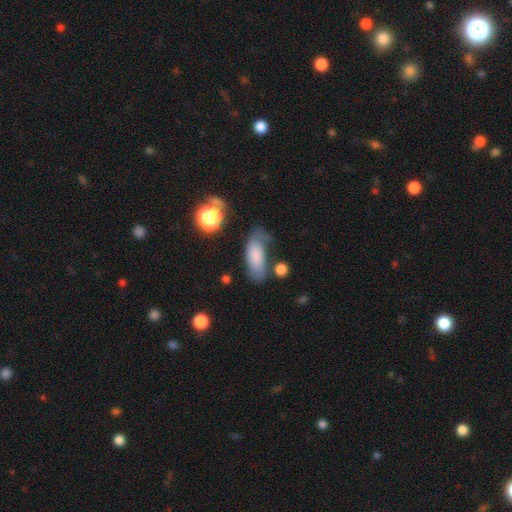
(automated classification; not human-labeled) Overall: smooth (72%). How rounded: in between (82%). Merging: none (48%; minor disturbance 29%).